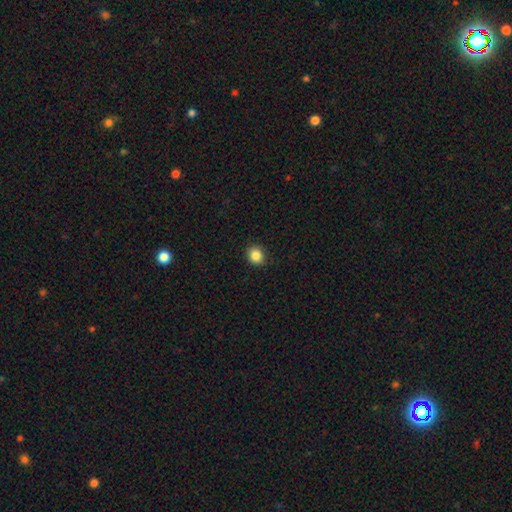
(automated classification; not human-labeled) Smooth or featured? Predicted: smooth (p=0.86). How rounded? Predicted: round (p=0.80). Merging? Predicted: none (p=0.90).